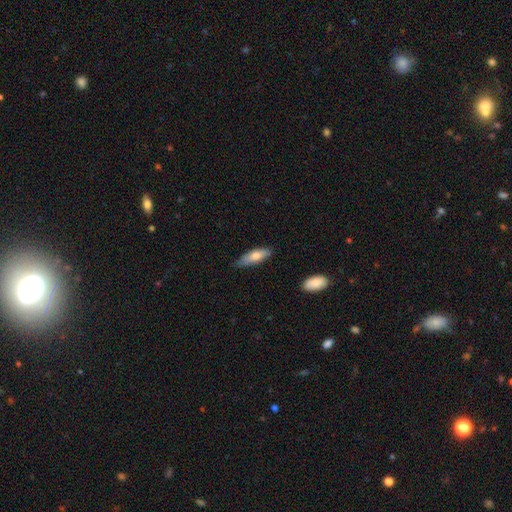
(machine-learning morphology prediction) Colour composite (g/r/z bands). It shows a smooth galaxy with no disk features (74%) that is in between round and cigar-shaped (55%). Merging: none (70%).